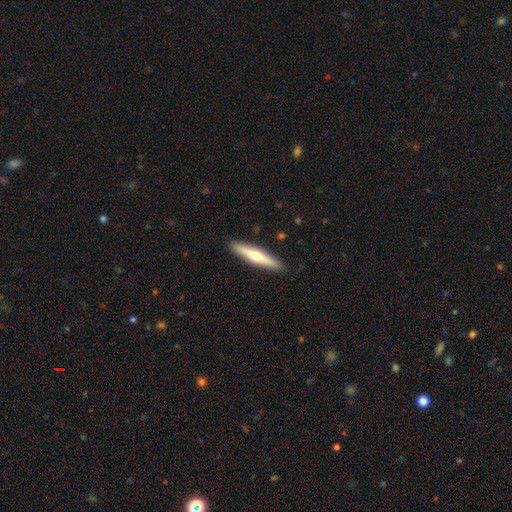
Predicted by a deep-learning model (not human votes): Smooth or featured? featured or disk (50%)
Merging? none (90%)